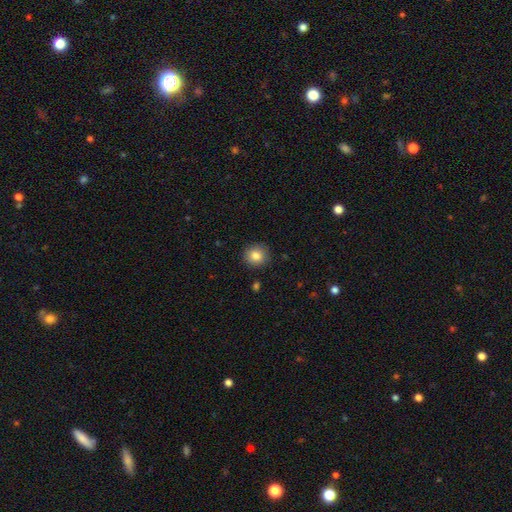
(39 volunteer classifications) smooth 92%, star or artifact 5%, featured or disk 3%. Down the decision tree: how rounded — round (94%); merging — none (92%).